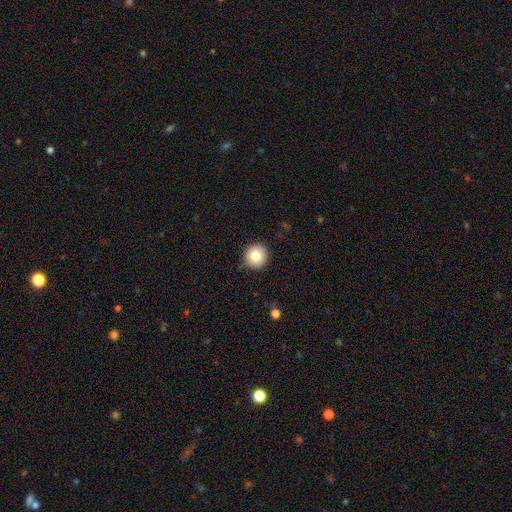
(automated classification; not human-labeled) A smooth galaxy with no disk features (81%) that is round (94%).

Vote fractions:
- Smooth or featured? smooth: 81% / featured or disk: 10% / star or artifact: 9%
- How rounded? round: 94% / in between: 5% / cigar-shaped: 1%
- Merging? none: 91% / minor disturbance: 6% / major disturbance: 2% / merger: 1%